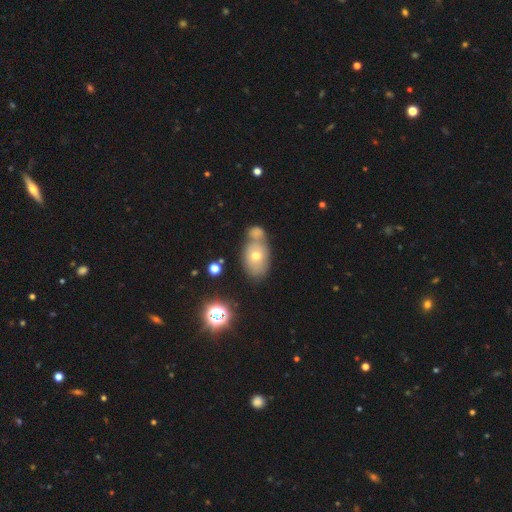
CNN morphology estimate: The model was most divided on "merging": none: 45%, merger: 37%, minor disturbance: 14%, major disturbance: 5%. More confident: how rounded — in between (82%); smooth or featured — smooth (60%).